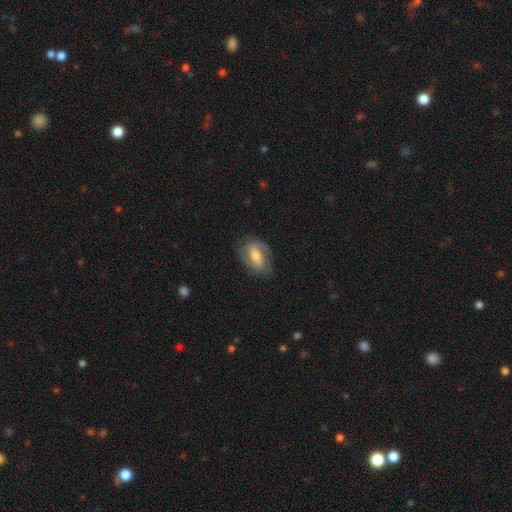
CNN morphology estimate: A featured or disk galaxy (65%) with a weak bar (45%), 2 (80%) medium (45%) spiral arms (86%) and a moderate central bulge (60%). Merging: none (73%).